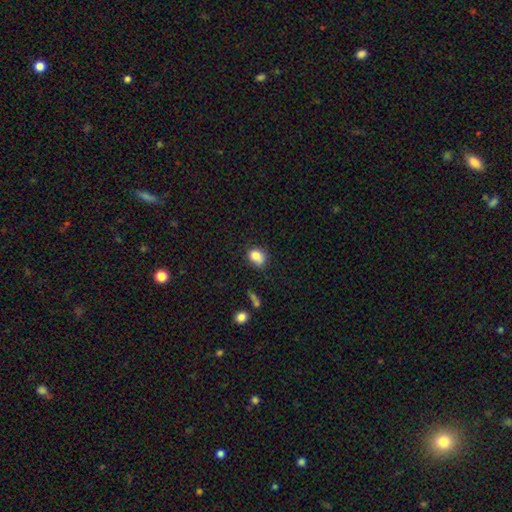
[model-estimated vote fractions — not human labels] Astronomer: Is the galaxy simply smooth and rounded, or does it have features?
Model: smooth — 82%.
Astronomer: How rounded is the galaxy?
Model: round — 51% (runner-up: in between, 48%).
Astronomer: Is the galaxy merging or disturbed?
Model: none — 62%.